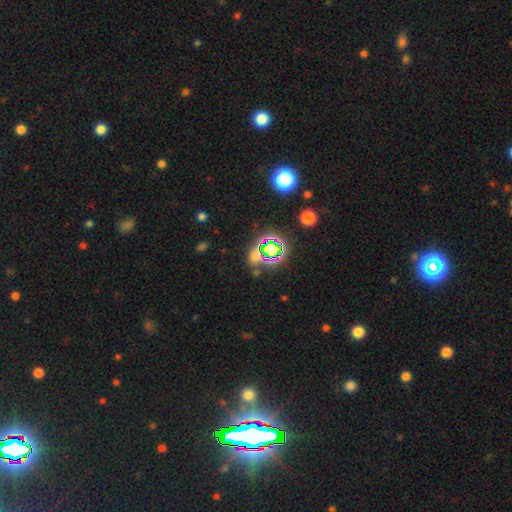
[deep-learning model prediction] Q: Smooth or featured?
A: star or artifact (60%); runner-up: smooth (30%)